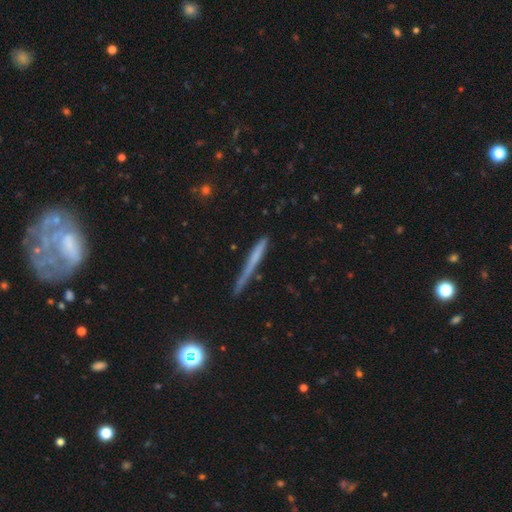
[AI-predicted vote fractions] smooth-or-featured: smooth: 54% | featured or disk: 37% | star or artifact: 9%
  how-rounded: cigar-shaped: 96% | in between: 2% | round: 2%
  merging: none: 73% | minor disturbance: 19% | major disturbance: 4% | merger: 3%